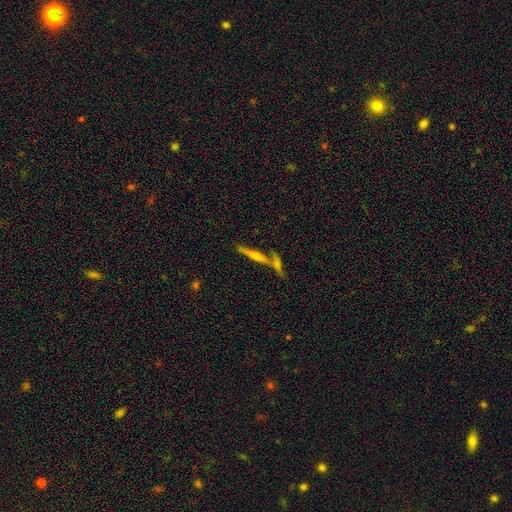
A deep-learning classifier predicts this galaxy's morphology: type=featured or disk (67%); edge-on=yes (92%); edge-on bulge=rounded (72%); merging=none (60%).